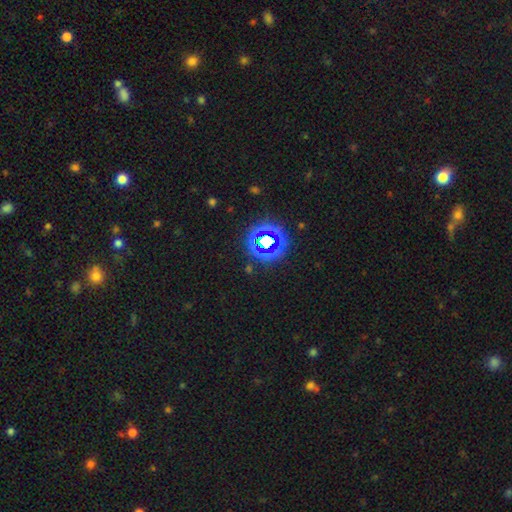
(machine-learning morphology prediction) type=star or artifact (72%).